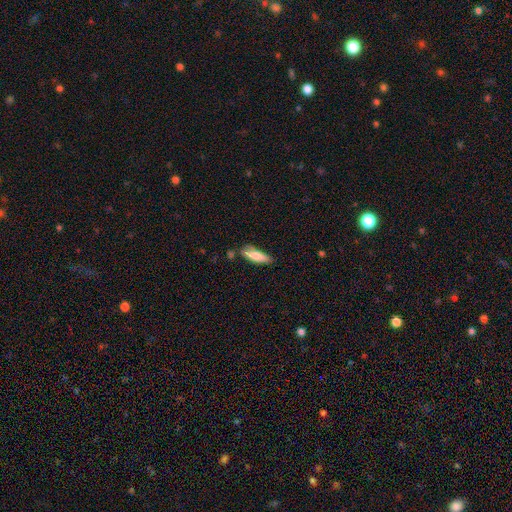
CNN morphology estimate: Smooth or featured: smooth — 78% (featured or disk — 16%)
How rounded: cigar-shaped — 59% (in between — 39%)
Merging: none — 70% (minor disturbance — 20%)